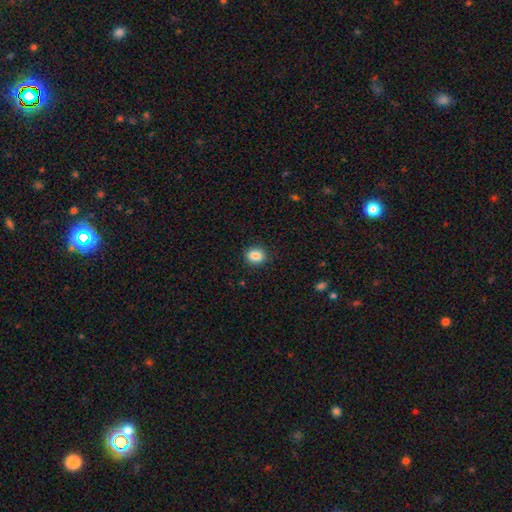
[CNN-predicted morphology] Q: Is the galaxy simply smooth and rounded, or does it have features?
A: smooth — 86%.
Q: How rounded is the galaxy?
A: round — 67%.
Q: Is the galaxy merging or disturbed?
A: none — 90%.